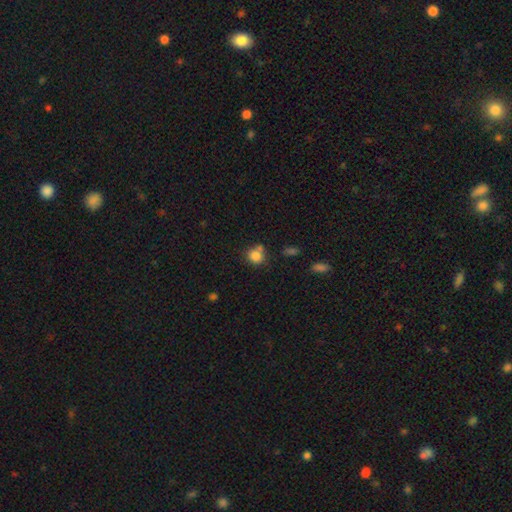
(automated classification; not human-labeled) A smooth galaxy with no disk features (82%) that is round (81%). Merging: none (60%).